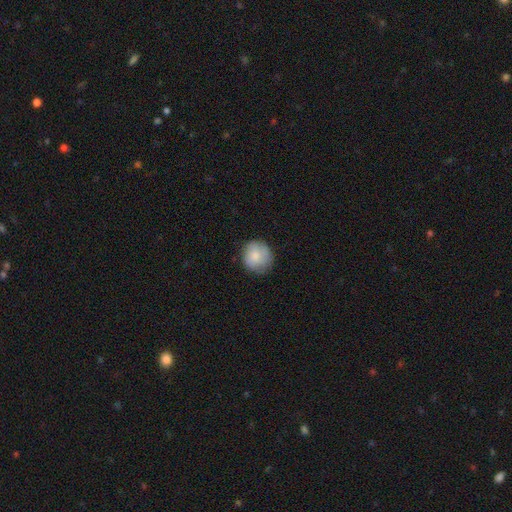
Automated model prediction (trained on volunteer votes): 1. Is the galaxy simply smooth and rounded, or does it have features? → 78% smooth, 16% featured or disk, 6% star or artifact.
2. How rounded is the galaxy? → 90% round, 9% in between, 1% cigar-shaped.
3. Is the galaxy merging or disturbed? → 78% none, 17% minor disturbance, 4% major disturbance, 1% merger.